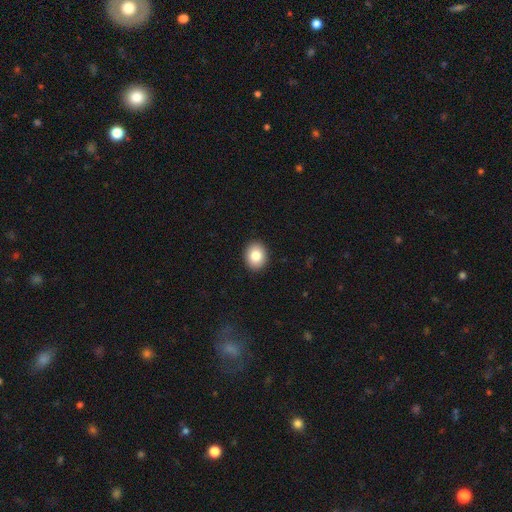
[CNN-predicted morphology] This appears to be a smooth galaxy with no disk features (85%) that is round (53%). Merging: none (91%).